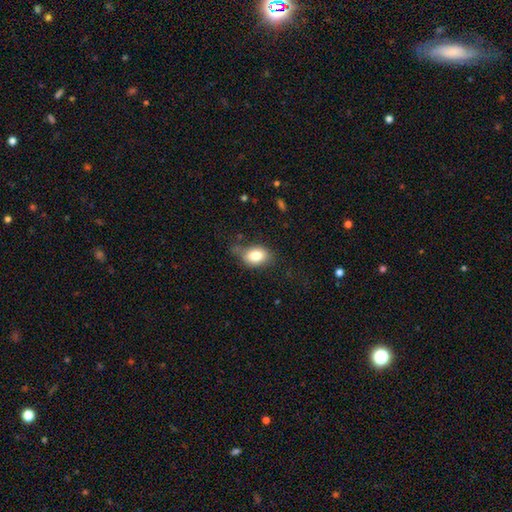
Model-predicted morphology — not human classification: smooth 81%, featured or disk 11%, star or artifact 8%. Down the decision tree: how rounded — in between (80%); merging — none (57%).